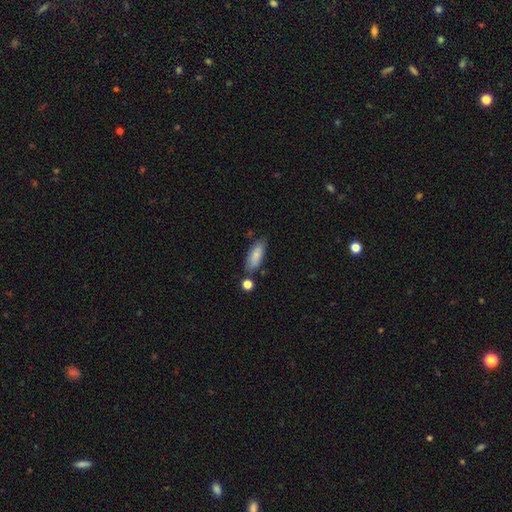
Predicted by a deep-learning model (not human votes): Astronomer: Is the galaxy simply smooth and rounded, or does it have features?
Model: smooth — 79%.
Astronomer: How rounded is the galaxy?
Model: in between — 74%.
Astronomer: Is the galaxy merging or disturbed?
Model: none — 71%.